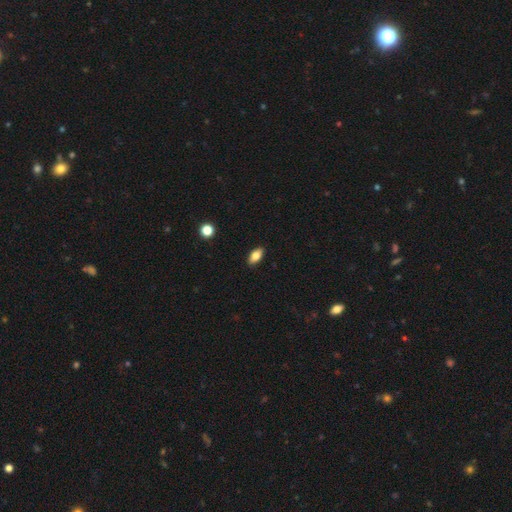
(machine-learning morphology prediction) Overall: smooth (80%). How rounded: in between (90%). Merging: none (89%).